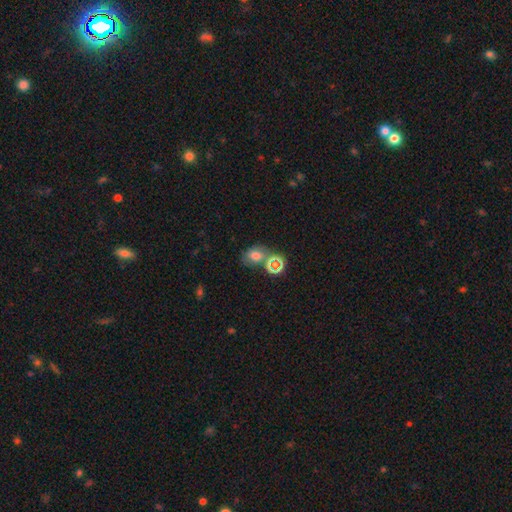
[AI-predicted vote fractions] smooth-or-featured: smooth: 61% | star or artifact: 24% | featured or disk: 14%
  how-rounded: in between: 63% | round: 36% | cigar-shaped: 1%
  merging: none: 52% | merger: 24% | minor disturbance: 16% | major disturbance: 8%